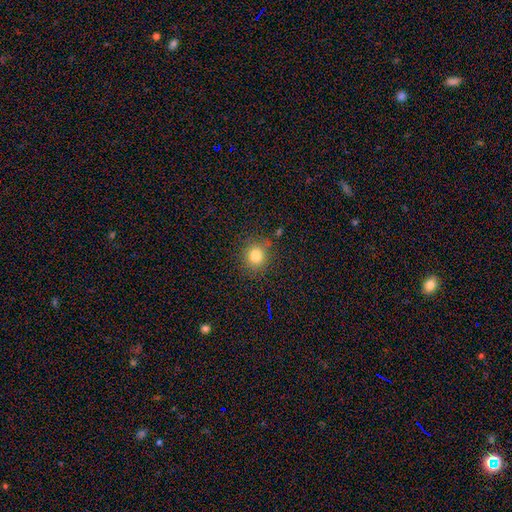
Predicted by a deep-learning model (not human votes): A smooth galaxy with no disk features (80%) that is round (82%).

Vote fractions:
- Smooth or featured? smooth: 80% / star or artifact: 13% / featured or disk: 7%
- How rounded? round: 82% / in between: 17% / cigar-shaped: 1%
- Merging? none: 83% / minor disturbance: 11% / major disturbance: 3% / merger: 2%